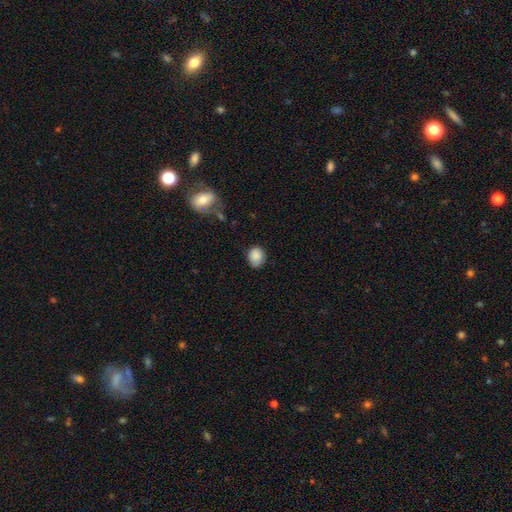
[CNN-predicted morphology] smooth_or_featured: smooth (p=0.87) [alt: star or artifact p=0.08]
how_rounded: round (p=0.63) [alt: in between p=0.36]
merging: none (p=0.70) [alt: minor disturbance p=0.23]